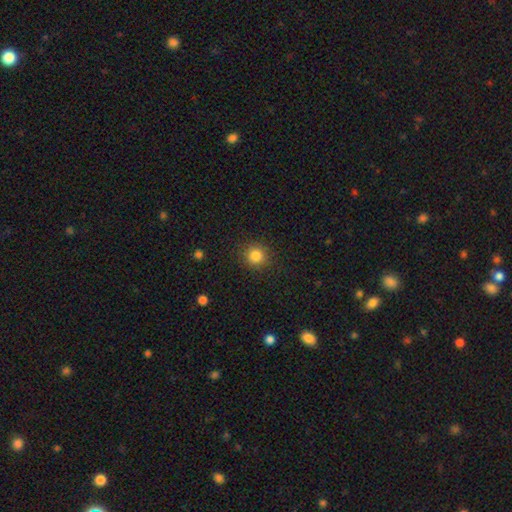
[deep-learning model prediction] Smooth or featured: smooth — 83% (star or artifact — 12%)
How rounded: round — 92% (in between — 7%)
Merging: none — 89% (minor disturbance — 7%)